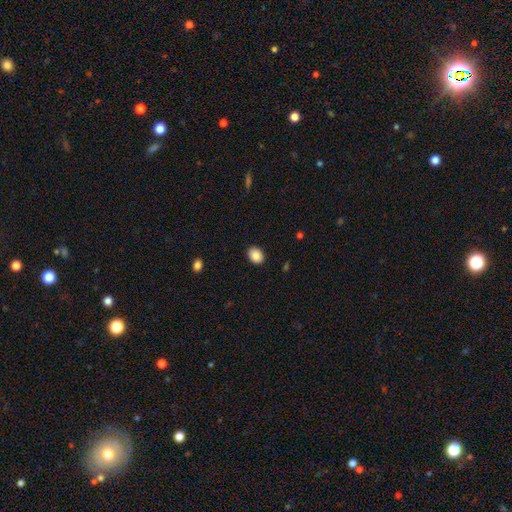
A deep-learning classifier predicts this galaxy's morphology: A smooth galaxy with no disk features (88%) that is in between round and cigar-shaped (65%). Merging: none (90%).